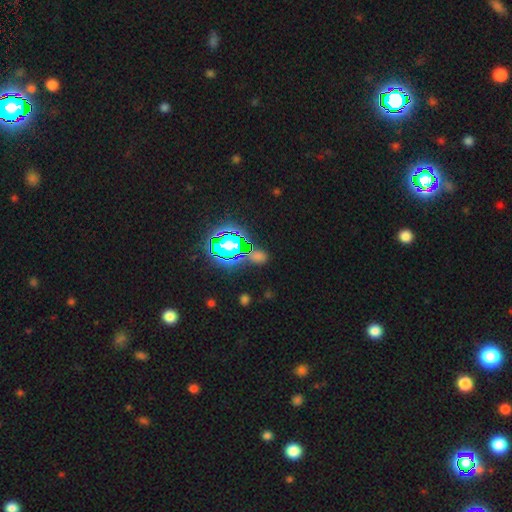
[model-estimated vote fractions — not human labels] Smooth or featured: star or artifact — 61% (smooth — 28%)